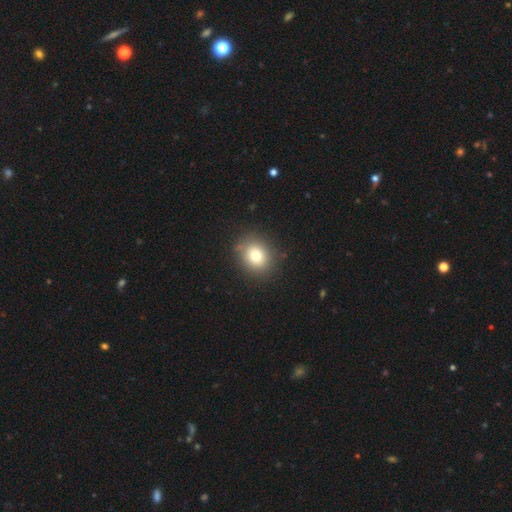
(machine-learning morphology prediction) smooth_or_featured: smooth (p=0.77) [alt: star or artifact p=0.13]
how_rounded: round (p=0.75) [alt: in between p=0.25]
merging: none (p=0.85) [alt: minor disturbance p=0.10]